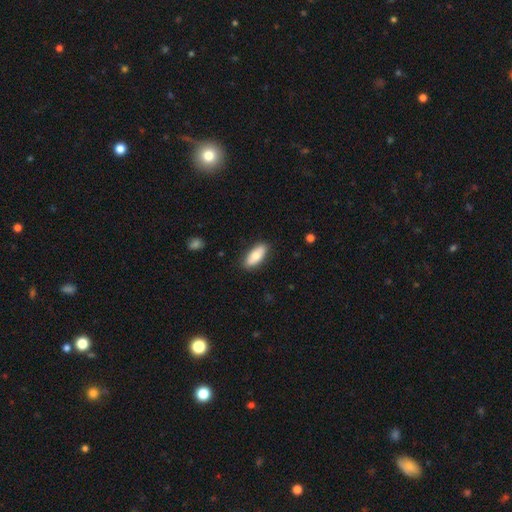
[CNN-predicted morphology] Smooth or featured: smooth — 74% (featured or disk — 20%)
How rounded: in between — 82% (cigar-shaped — 15%)
Merging: none — 86% (minor disturbance — 11%)